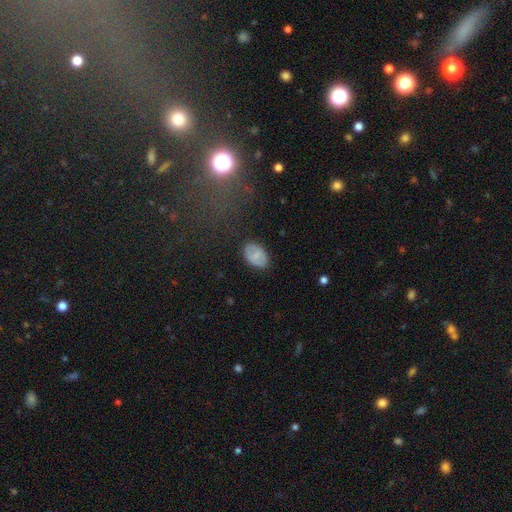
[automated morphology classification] Smooth or featured: smooth — 67% (featured or disk — 26%)
How rounded: in between — 87% (round — 11%)
Merging: none — 83% (minor disturbance — 13%)